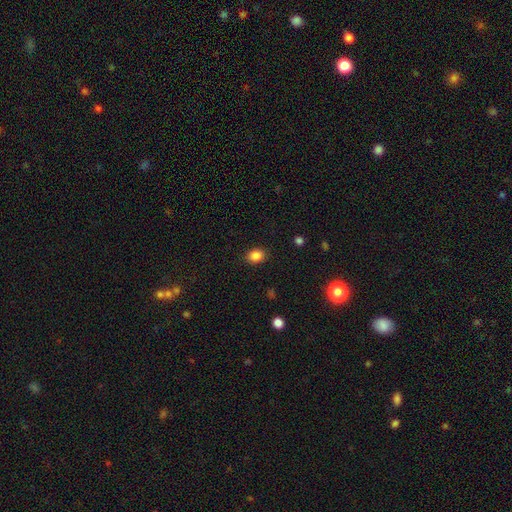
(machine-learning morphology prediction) smooth_or_featured: smooth (p=0.86) [alt: star or artifact p=0.10]
how_rounded: in between (p=0.58) [alt: round p=0.41]
merging: none (p=0.88) [alt: minor disturbance p=0.08]